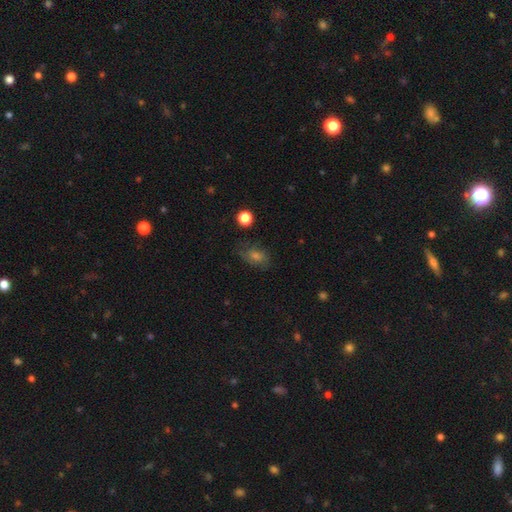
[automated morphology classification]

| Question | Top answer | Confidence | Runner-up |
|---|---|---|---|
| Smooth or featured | smooth | 51% | featured or disk (26%) |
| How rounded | in between | 72% | round (25%) |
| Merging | none | 67% | minor disturbance (21%) |